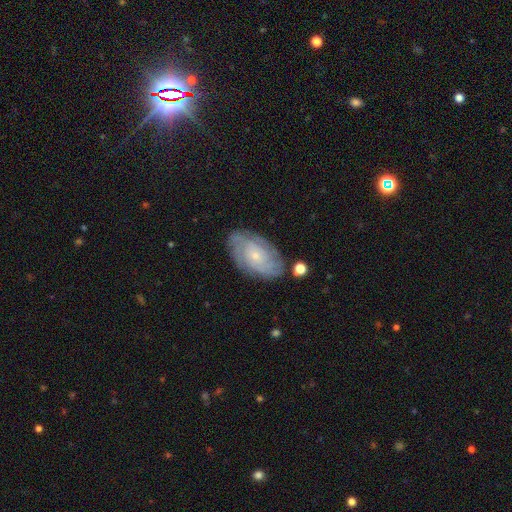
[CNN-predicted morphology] The model was most divided on "spiral arm count": can't tell: 44%, 2: 17%, 3: 14%, 4: 13%, more than 4: 6%, 1: 5%. More confident: edge-on disk — no (95%); spiral arms — yes (91%); bulge size — small (81%); bar — no (80%); merging — none (78%); smooth or featured — featured or disk (75%); spiral winding — tight (71%).